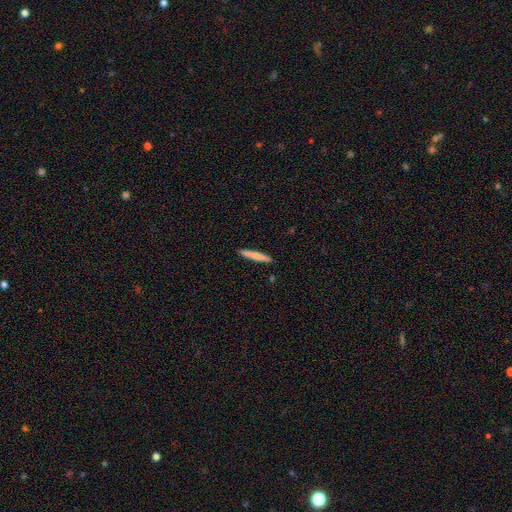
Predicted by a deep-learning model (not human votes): Overall: smooth (74%). How rounded: cigar-shaped (95%). Merging: none (91%).